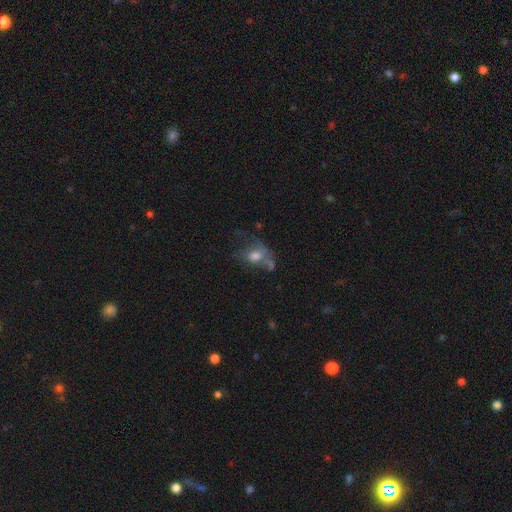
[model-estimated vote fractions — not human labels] smooth 52%, featured or disk 33%, star or artifact 15%. Down the decision tree: how rounded — in between (61%); merging — none (32%).